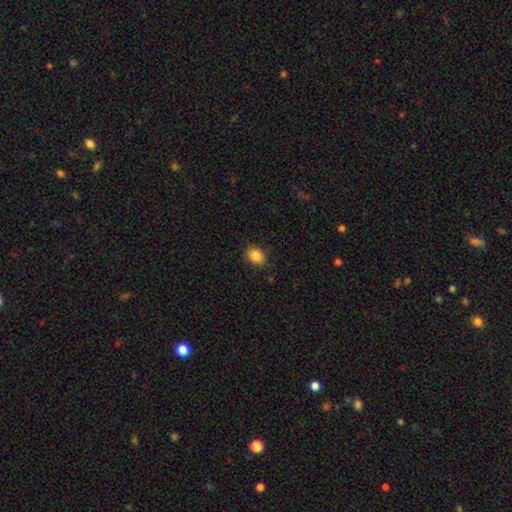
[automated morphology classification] smooth-or-featured: smooth: 86% | star or artifact: 10% | featured or disk: 4%
  how-rounded: round: 53% | in between: 46% | cigar-shaped: 1%
  merging: none: 86% | minor disturbance: 11% | major disturbance: 3% | merger: 1%